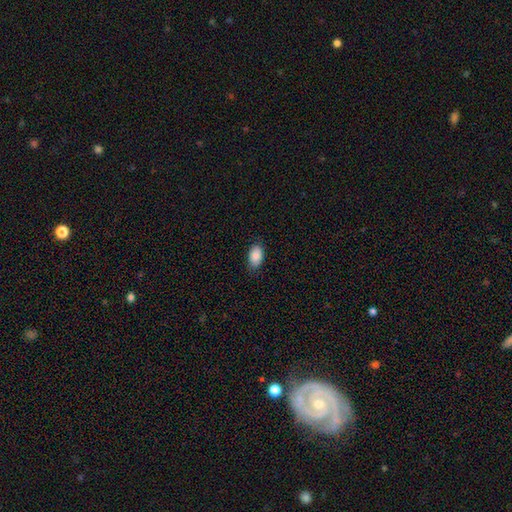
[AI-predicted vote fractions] Smooth or featured: smooth — 88% (star or artifact — 7%)
How rounded: in between — 92% (round — 6%)
Merging: none — 81% (minor disturbance — 16%)